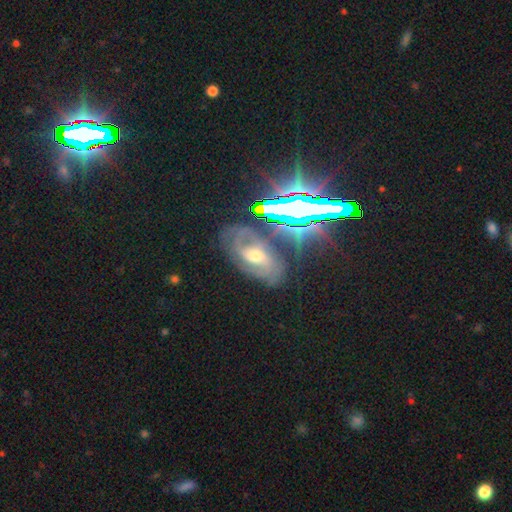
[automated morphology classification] Smooth or featured: featured or disk — 70% (star or artifact — 18%)
Edge-on disk: no — 95% (yes — 5%)
Bar: weak — 42% (no — 37%)
Spiral arms: yes — 90% (no — 10%)
Spiral winding: medium — 46% (tight — 34%)
Spiral arm count: 2 — 63% (can't tell — 19%)
Bulge size: moderate — 66% (small — 26%)
Merging: none — 70% (minor disturbance — 18%)